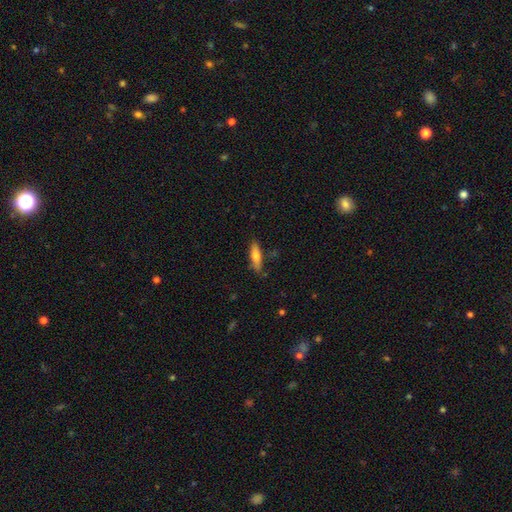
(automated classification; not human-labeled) A smooth galaxy with no disk features (65%) that is cigar-shaped (63%).

Vote fractions:
- Smooth or featured? smooth: 65% / featured or disk: 28% / star or artifact: 6%
- How rounded? cigar-shaped: 63% / in between: 35% / round: 2%
- Merging? none: 81% / minor disturbance: 14% / major disturbance: 3% / merger: 2%